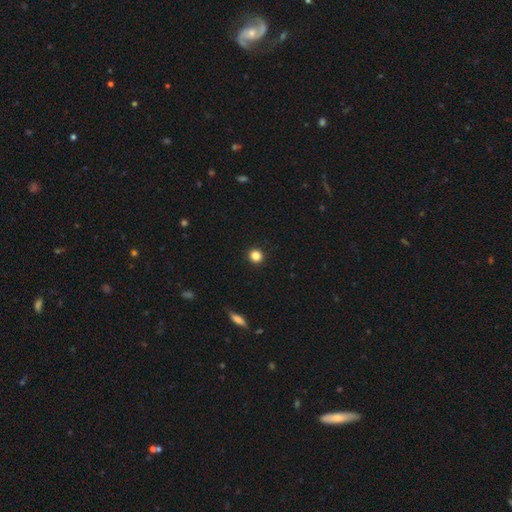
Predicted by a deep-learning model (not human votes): A smooth galaxy with no disk features (85%) that is round (93%). Merging: none (93%).